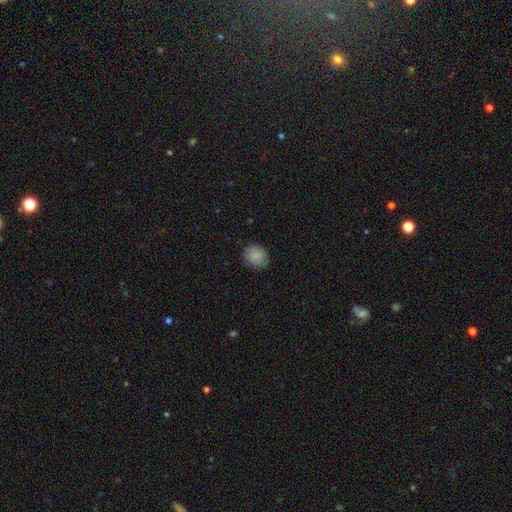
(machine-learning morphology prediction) This is clearly a smooth galaxy (86%). How rounded: possibly round (60%). Merging: clearly none (84%).